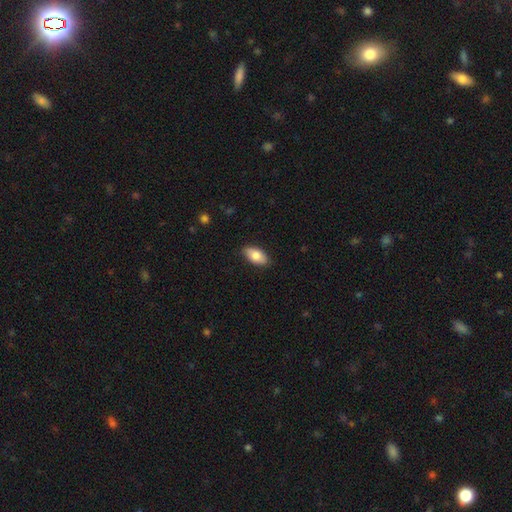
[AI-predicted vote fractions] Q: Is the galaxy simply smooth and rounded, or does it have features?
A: smooth — 81%.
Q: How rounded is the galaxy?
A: in between — 92%.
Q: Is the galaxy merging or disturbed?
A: none — 87%.